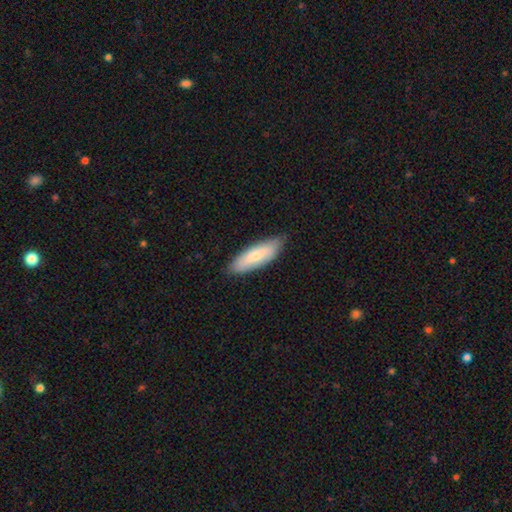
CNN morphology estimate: smooth-or-featured: smooth: 68% | featured or disk: 26% | star or artifact: 5%
  how-rounded: in between: 57% | cigar-shaped: 42% | round: 2%
  merging: none: 81% | minor disturbance: 15% | major disturbance: 2% | merger: 1%